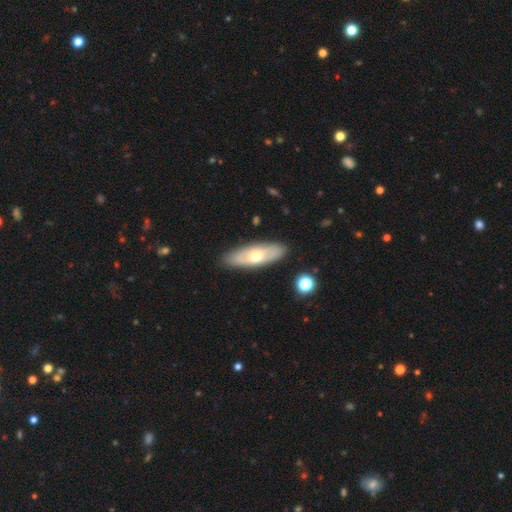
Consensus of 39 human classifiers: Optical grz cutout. It shows a featured or disk galaxy (54%) with no bar (81%), no spiral arms (62%) and a moderate central bulge (81%). Merging: none (83%).